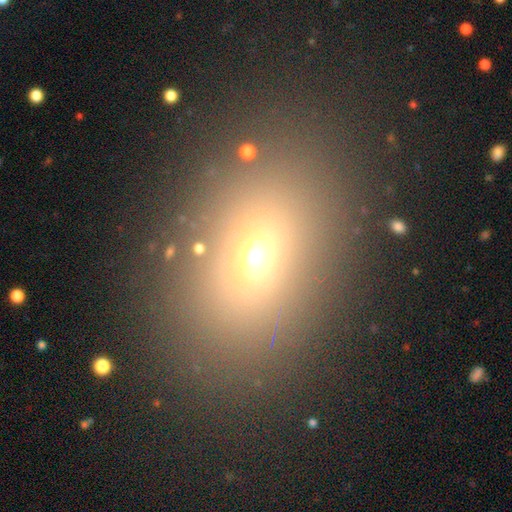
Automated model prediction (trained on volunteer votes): This appears to be a smooth galaxy with no disk features (64%) that is in between round and cigar-shaped (61%). Merging: none (83%).